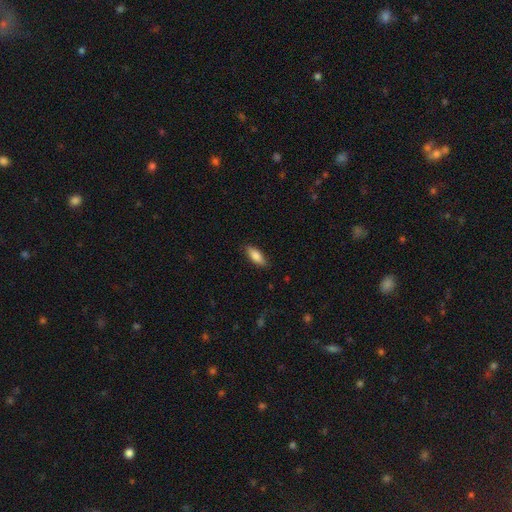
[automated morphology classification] This appears to be a smooth galaxy with no disk features (82%) that is in between round and cigar-shaped (71%). Merging: none (85%).